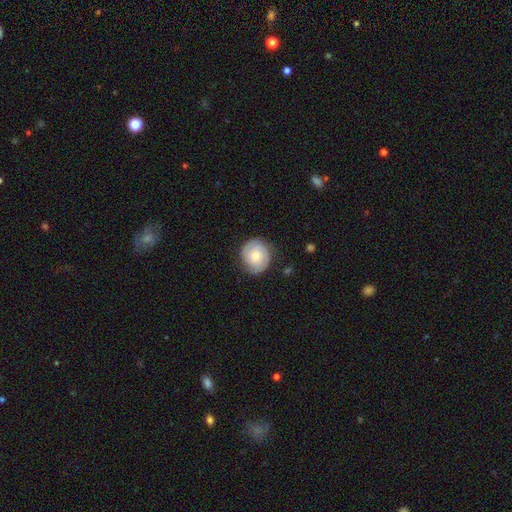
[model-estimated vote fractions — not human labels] This is possibly a featured or disk galaxy (55%). It is clearly not viewed edge-on (97%). Bar: likely no (75%). Spiral arm pattern: clearly yes (84%). Central bulge: likely moderate (61%). Merging: clearly none (81%).